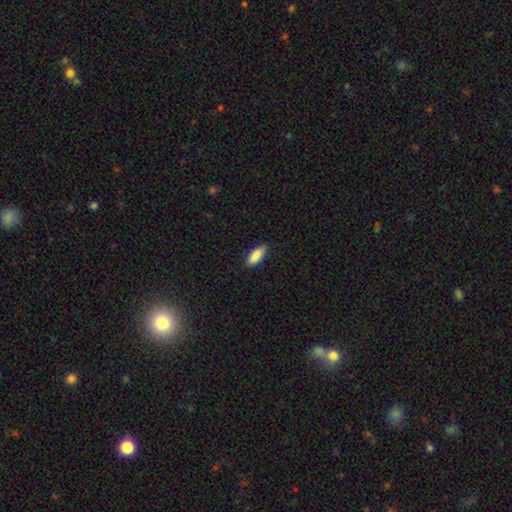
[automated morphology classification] This appears to be a smooth galaxy with no disk features (88%) that is in between round and cigar-shaped (70%). Merging: none (85%).